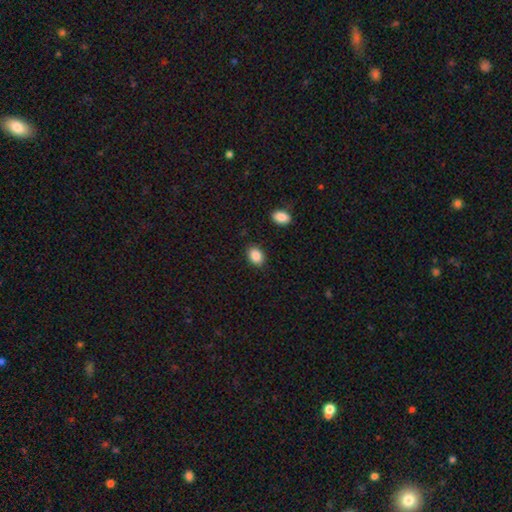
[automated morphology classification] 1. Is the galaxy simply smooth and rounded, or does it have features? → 88% smooth, 8% star or artifact, 4% featured or disk.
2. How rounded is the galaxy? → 77% in between, 22% round, 1% cigar-shaped.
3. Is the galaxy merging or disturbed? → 87% none, 9% minor disturbance, 2% major disturbance, 2% merger.